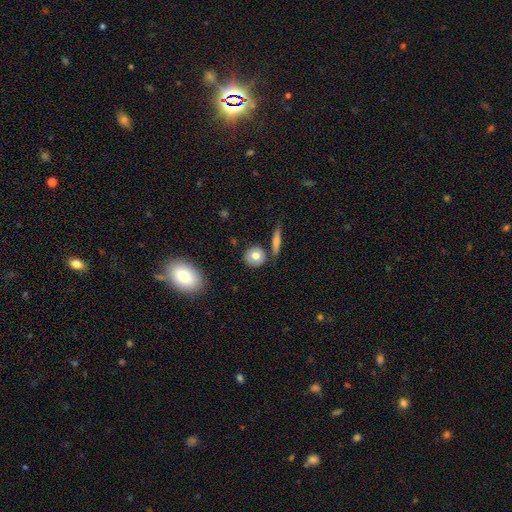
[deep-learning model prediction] Morphology: type=smooth (77%); roundness=round (82%); merging=none (78%).